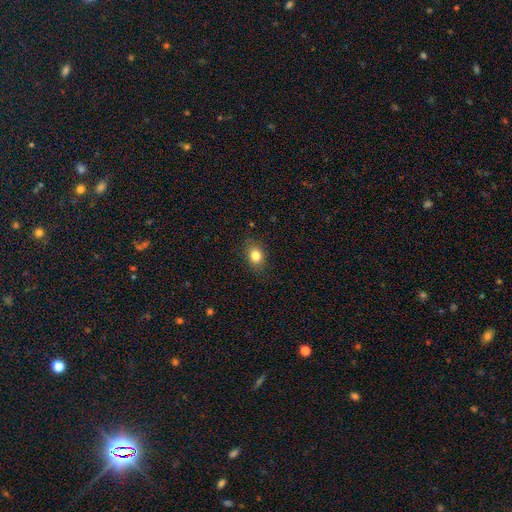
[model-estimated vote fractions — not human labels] This appears to be a smooth galaxy with no disk features (82%) that is in between round and cigar-shaped (60%). Merging: none (84%).